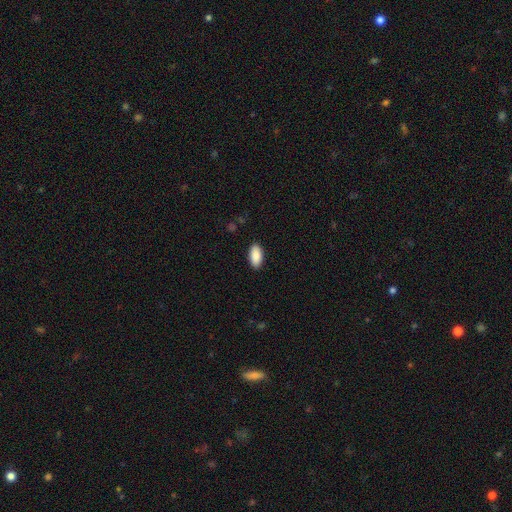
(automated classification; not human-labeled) Smooth or featured?
  - smooth: 90% *
  - star or artifact: 6%
  - featured or disk: 4%
How rounded?
  - in between: 92% *
  - cigar-shaped: 5%
  - round: 2%
Merging?
  - none: 89% *
  - minor disturbance: 8%
  - major disturbance: 2%
  - merger: 1%